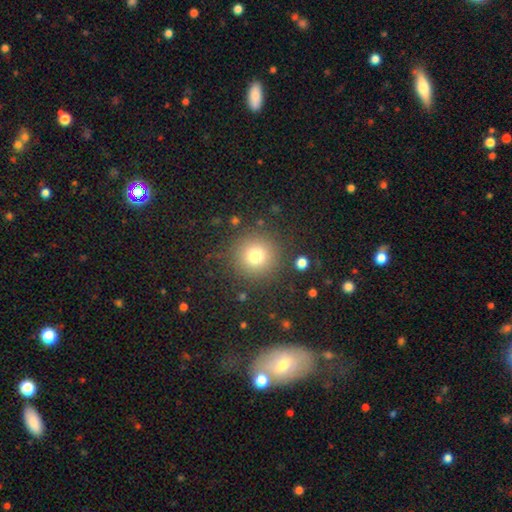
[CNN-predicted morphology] Q: Smooth or featured?
A: smooth (76%); runner-up: star or artifact (14%)
Q: How rounded?
A: round (95%); runner-up: in between (4%)
Q: Merging?
A: none (87%); runner-up: minor disturbance (7%)